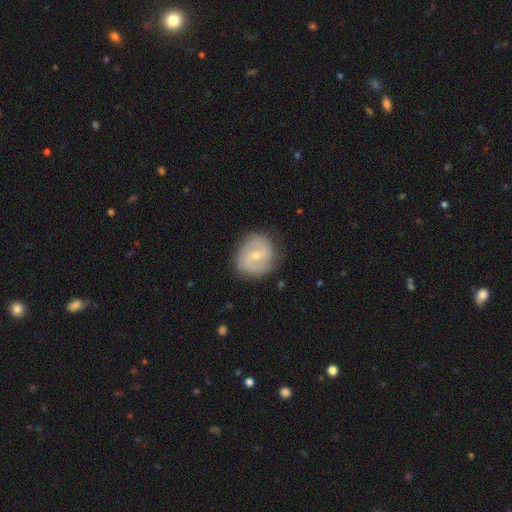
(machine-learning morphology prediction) Smooth or featured?
  - featured or disk: 78% *
  - smooth: 17%
  - star or artifact: 5%
Edge-on disk?
  - no: 98% *
  - yes: 2%
Bar?
  - weak: 50% *
  - no: 38%
  - strong: 12%
Spiral arms?
  - yes: 93% *
  - no: 7%
Spiral winding?
  - medium: 45% *
  - tight: 42%
  - loose: 13%
Spiral arm count?
  - 2: 81% *
  - can't tell: 9%
  - 3: 5%
  - 1: 2%
  - 4: 2%
  - more than 4: 1%
Bulge size?
  - small: 56% *
  - moderate: 41%
  - none: 1%
  - large: 1%
  - dominant: 1%
Merging?
  - none: 83% *
  - minor disturbance: 13%
  - major disturbance: 4%
  - merger: 1%